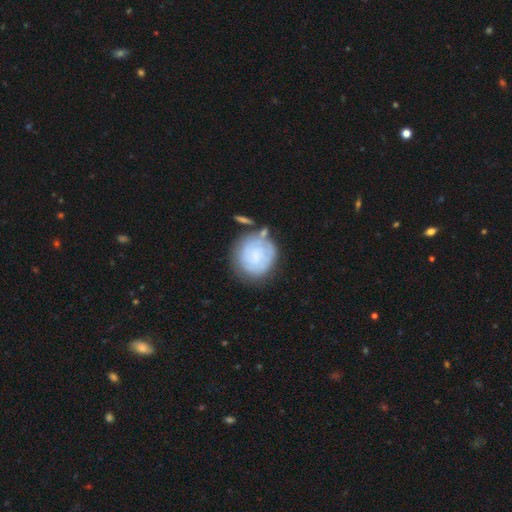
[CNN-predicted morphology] A featured or disk galaxy (48%).

Vote fractions:
- Smooth or featured? featured or disk: 48% / smooth: 44% / star or artifact: 8%
- Merging? none: 60% / minor disturbance: 20% / major disturbance: 10% / merger: 10%